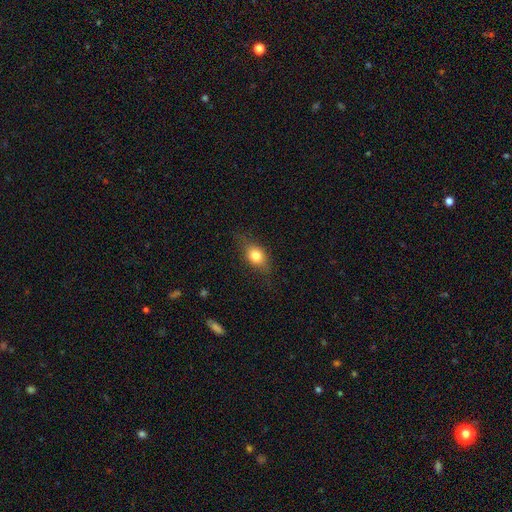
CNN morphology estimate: Smooth or featured? Predicted: smooth (p=0.73). How rounded? Predicted: in between (p=0.65). Merging? Predicted: none (p=0.73).